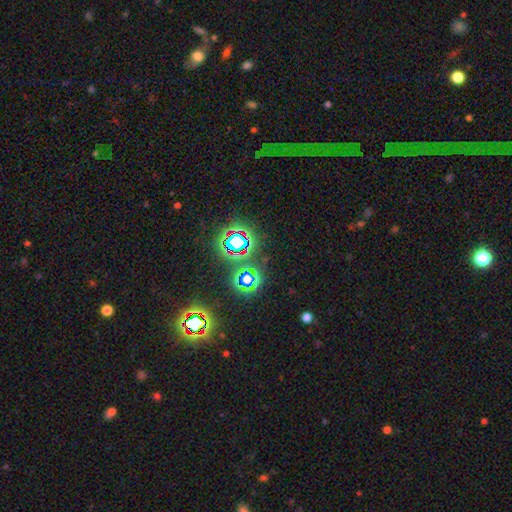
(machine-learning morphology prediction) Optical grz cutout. It shows a star or artifact, not a galaxy (76%).